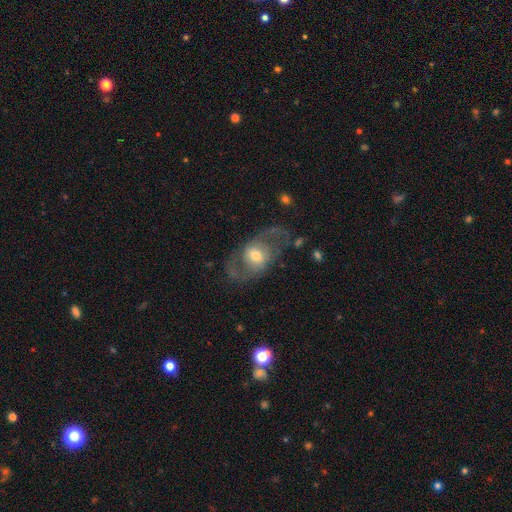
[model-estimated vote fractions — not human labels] featured or disk 69%, smooth 24%, star or artifact 6%. Down the decision tree: edge-on disk — no (93%); bar — no (45%); spiral arms — yes (69%); bulge size — moderate (65%); merging — none (68%).